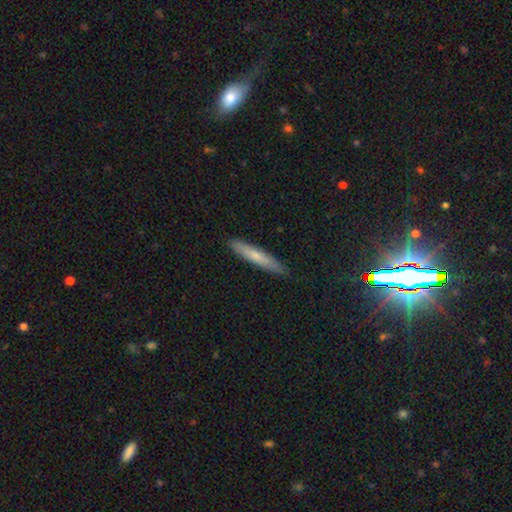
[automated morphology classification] type=smooth (65%); roundness=cigar-shaped (93%); merging=none (89%).